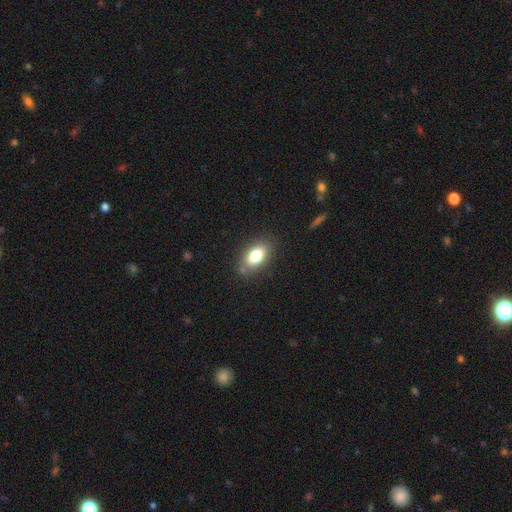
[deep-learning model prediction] smooth-or-featured: smooth: 79% | featured or disk: 13% | star or artifact: 9%
  how-rounded: in between: 88% | round: 8% | cigar-shaped: 4%
  merging: none: 81% | minor disturbance: 13% | major disturbance: 3% | merger: 2%